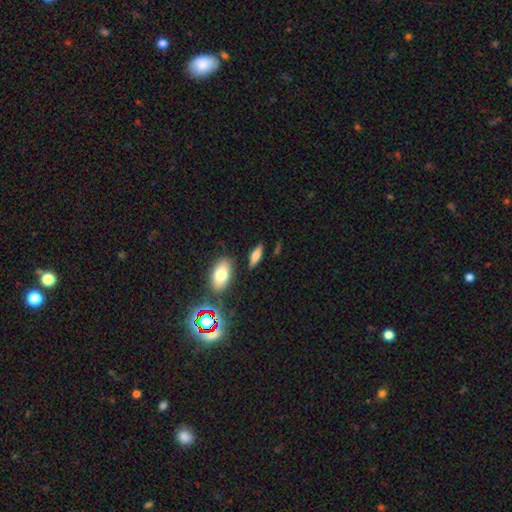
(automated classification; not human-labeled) Morphology: type=smooth (68%); roundness=in between (60%); merging=none (82%).